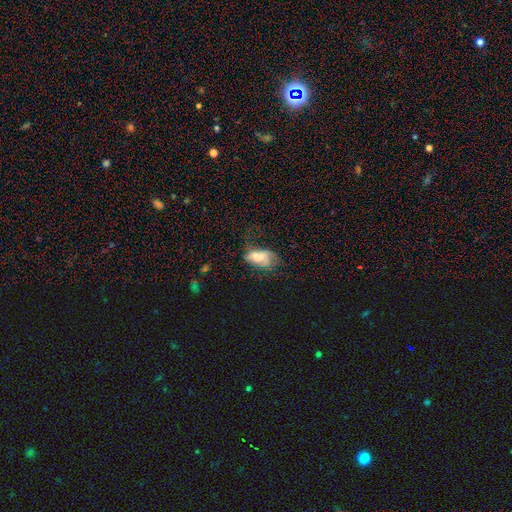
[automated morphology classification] type=smooth (50%); roundness=in between (88%); merging=none (33%).